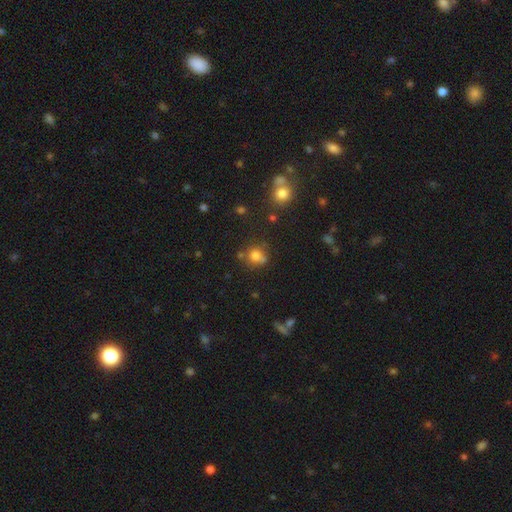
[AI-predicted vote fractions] smooth-or-featured: smooth: 74% | star or artifact: 16% | featured or disk: 10%
  how-rounded: round: 80% | in between: 19% | cigar-shaped: 1%
  merging: none: 59% | merger: 18% | minor disturbance: 17% | major disturbance: 6%